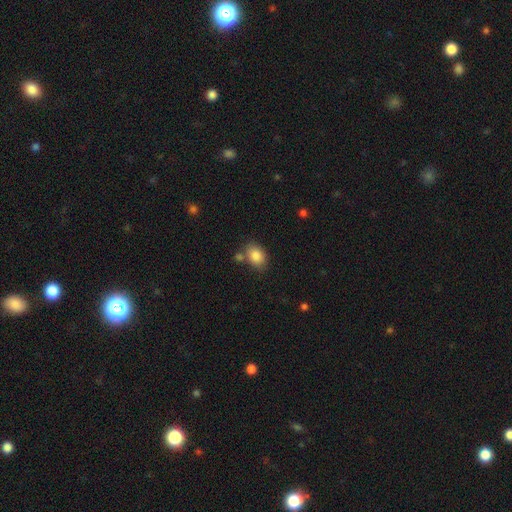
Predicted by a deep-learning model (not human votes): Q: Smooth or featured?
A: smooth (85%); runner-up: star or artifact (8%)
Q: How rounded?
A: in between (73%); runner-up: round (26%)
Q: Merging?
A: none (69%); runner-up: minor disturbance (15%)